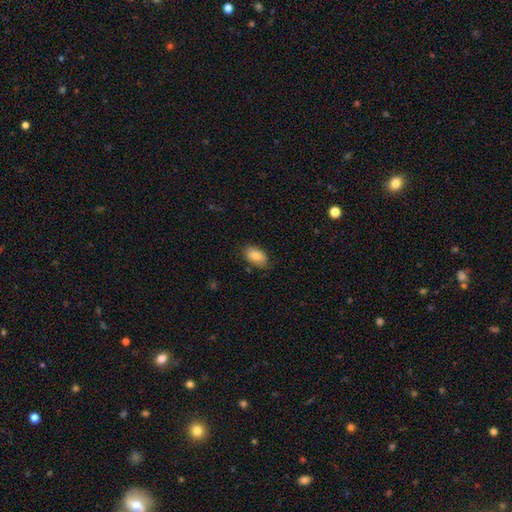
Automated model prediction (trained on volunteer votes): Smooth or featured? Predicted: smooth (p=0.85). How rounded? Predicted: in between (p=0.92). Merging? Predicted: none (p=0.78).